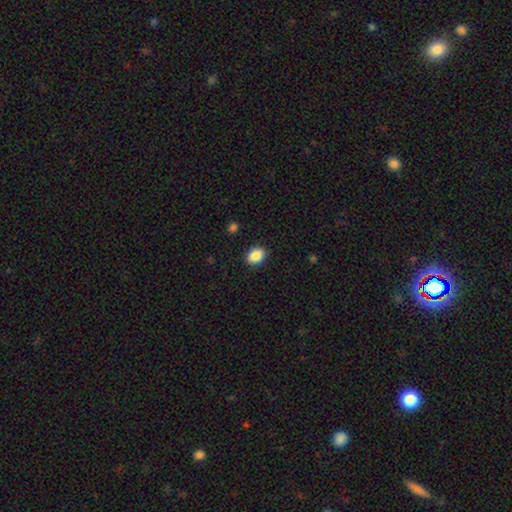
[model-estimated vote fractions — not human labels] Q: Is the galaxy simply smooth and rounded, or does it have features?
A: smooth — 89%.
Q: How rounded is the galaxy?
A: in between — 70%.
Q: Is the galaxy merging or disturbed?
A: none — 89%.